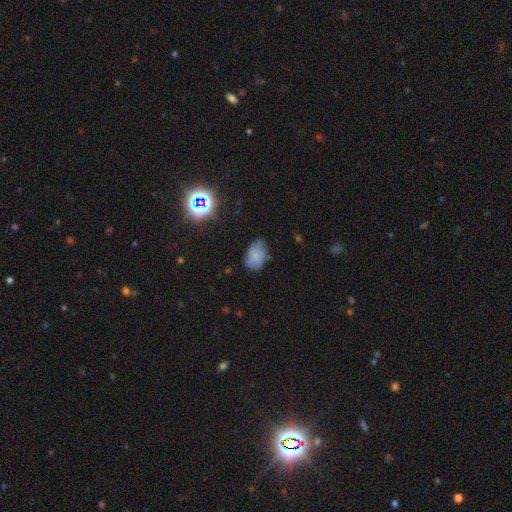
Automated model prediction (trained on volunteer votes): Smooth or featured? smooth (71%)
How rounded? in between (84%)
Merging? none (68%)